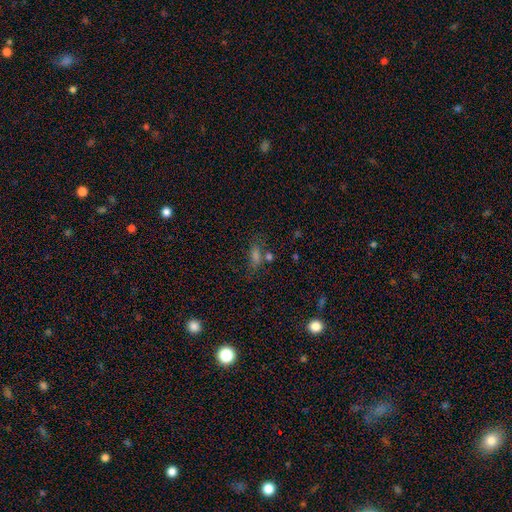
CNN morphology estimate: Overall: smooth (50%; star or artifact 32%). How rounded: in between (55%; cigar-shaped 32%). Merging: none (63%).